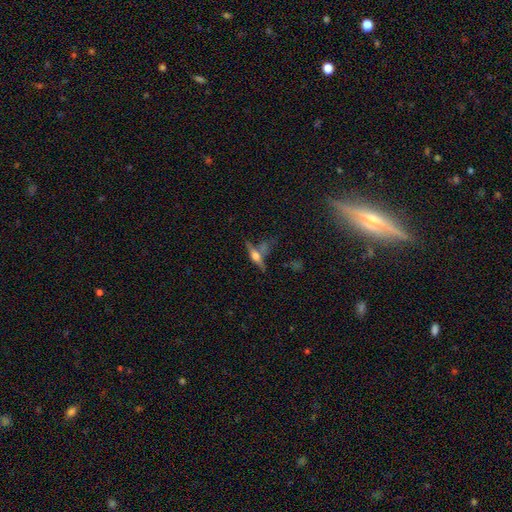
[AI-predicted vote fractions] Smooth or featured? featured or disk (55%)
Edge-on disk? yes (90%)
Merging? none (57%)